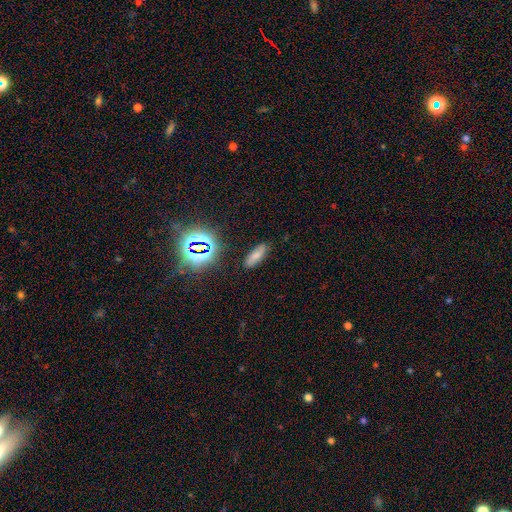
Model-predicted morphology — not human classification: This appears to be a smooth galaxy with no disk features (64%) that is in between round and cigar-shaped (57%). Merging: none (81%).